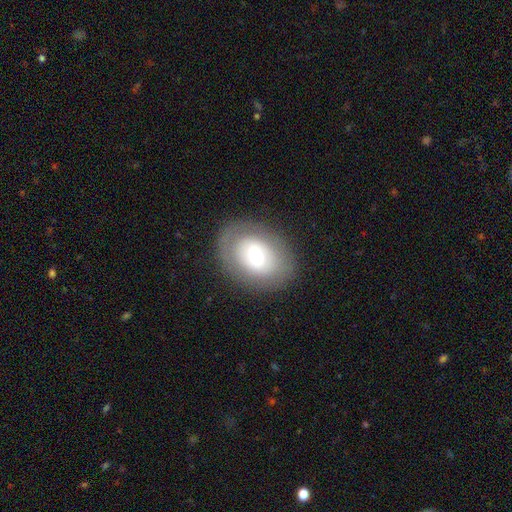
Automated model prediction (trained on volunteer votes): This appears to be a smooth galaxy with no disk features (54%) that is in between round and cigar-shaped (66%). Merging: none (82%).